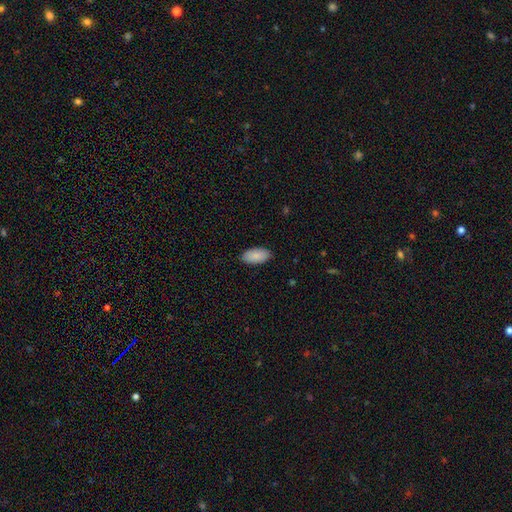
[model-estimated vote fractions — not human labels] smooth_or_featured: smooth (p=0.88) [alt: star or artifact p=0.06]
how_rounded: in between (p=0.95) [alt: cigar-shaped p=0.03]
merging: none (p=0.88) [alt: minor disturbance p=0.09]